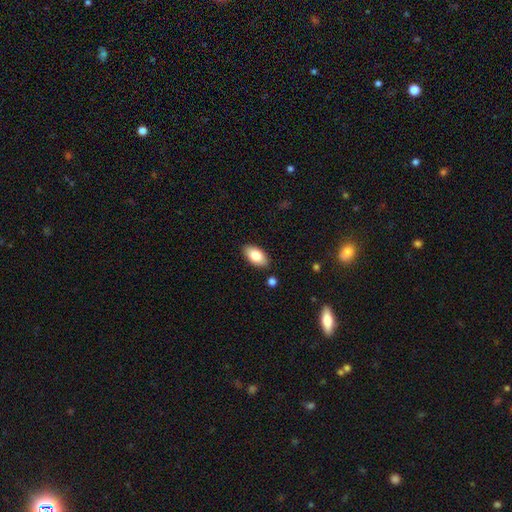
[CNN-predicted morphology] This appears to be a smooth galaxy with no disk features (83%) that is in between round and cigar-shaped (93%). Merging: none (86%).